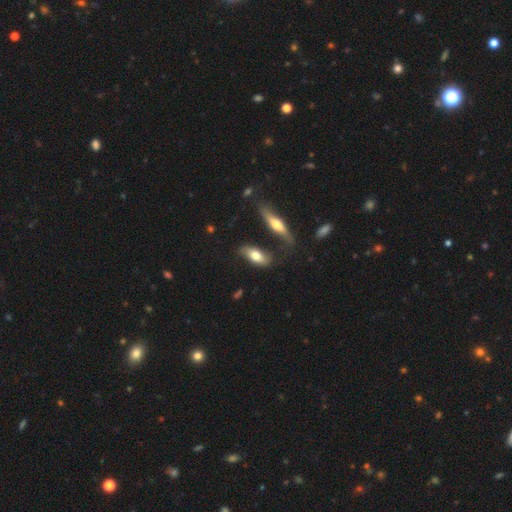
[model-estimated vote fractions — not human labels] smooth-or-featured: smooth: 63% | featured or disk: 30% | star or artifact: 7%
  how-rounded: in between: 81% | cigar-shaped: 15% | round: 4%
  merging: none: 65% | minor disturbance: 20% | merger: 8% | major disturbance: 7%